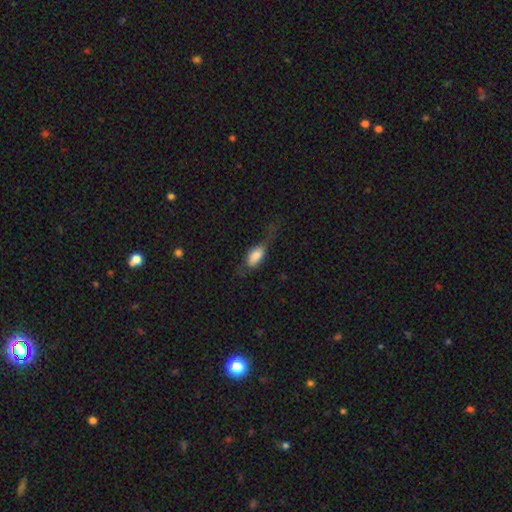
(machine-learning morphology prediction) Q: Smooth or featured?
A: smooth (74%); runner-up: featured or disk (19%)
Q: How rounded?
A: in between (86%); runner-up: cigar-shaped (10%)
Q: Merging?
A: none (35%); runner-up: major disturbance (34%)